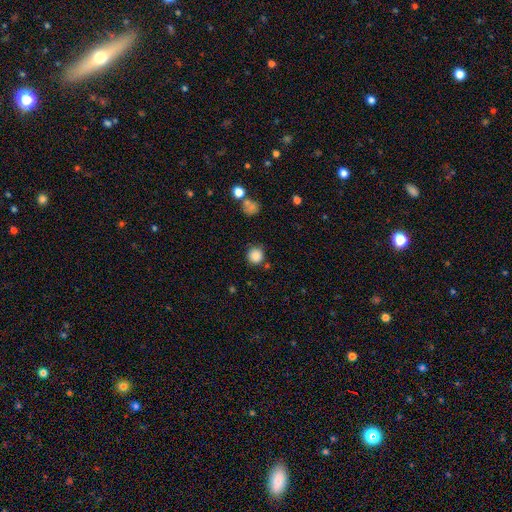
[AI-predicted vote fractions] Smooth or featured?
  - smooth: 86% *
  - star or artifact: 11%
  - featured or disk: 4%
How rounded?
  - round: 94% *
  - in between: 5%
  - cigar-shaped: 1%
Merging?
  - none: 82% *
  - minor disturbance: 10%
  - merger: 5%
  - major disturbance: 3%